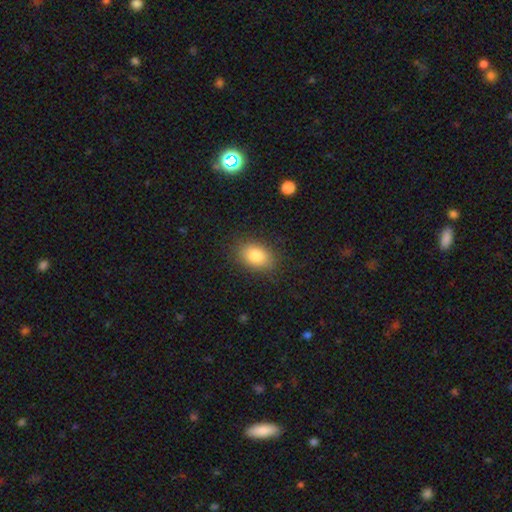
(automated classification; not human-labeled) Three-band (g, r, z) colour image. It shows a smooth galaxy with no disk features (83%) that is in between round and cigar-shaped (80%). Merging: none (84%).